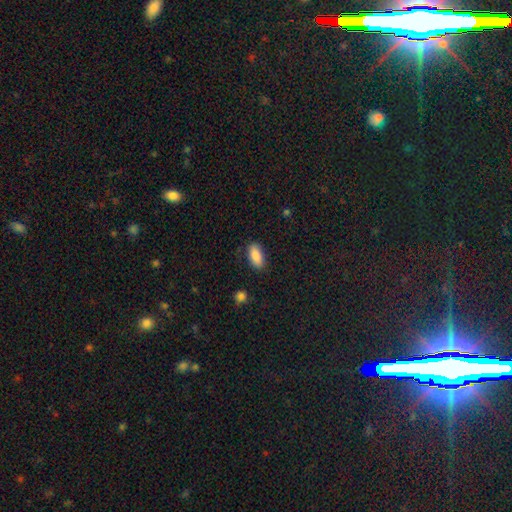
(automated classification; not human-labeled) Smooth or featured? smooth (89%)
How rounded? in between (90%)
Merging? none (85%)